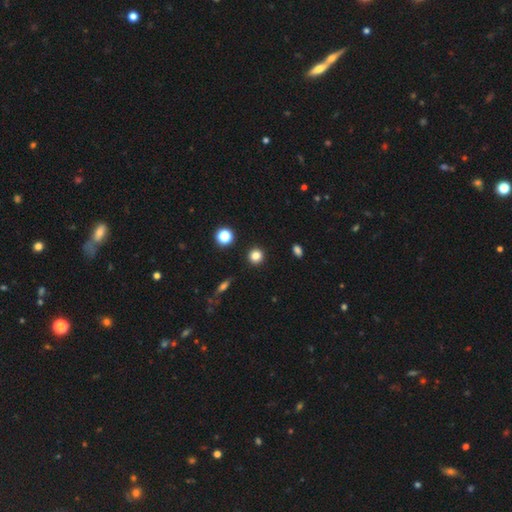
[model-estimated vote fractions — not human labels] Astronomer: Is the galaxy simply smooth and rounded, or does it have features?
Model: smooth — 82%.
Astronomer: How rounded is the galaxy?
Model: round — 91%.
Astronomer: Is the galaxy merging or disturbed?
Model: none — 91%.